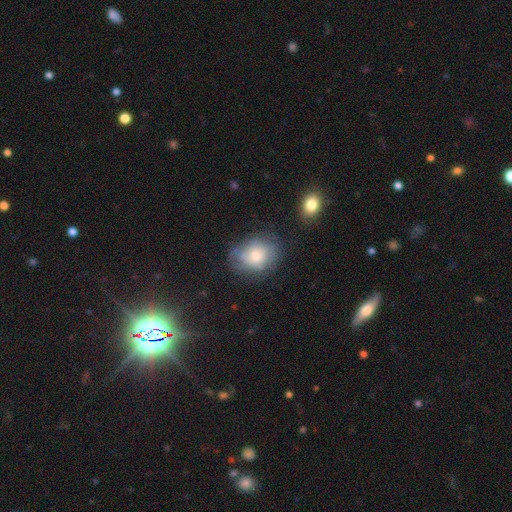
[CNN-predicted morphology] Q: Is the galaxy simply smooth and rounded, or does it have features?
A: smooth — 57%.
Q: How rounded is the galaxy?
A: in between — 52%.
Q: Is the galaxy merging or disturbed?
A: none — 58%.